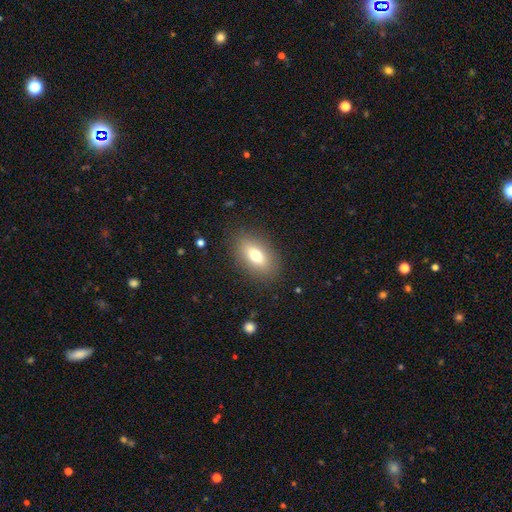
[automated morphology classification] A smooth galaxy with no disk features (73%) that is in between round and cigar-shaped (86%). Merging: none (86%).